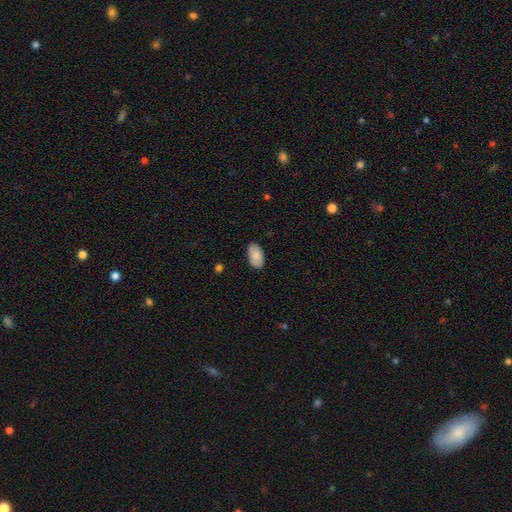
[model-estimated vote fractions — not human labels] Morphology: type=smooth (84%); roundness=in between (95%); merging=none (83%).